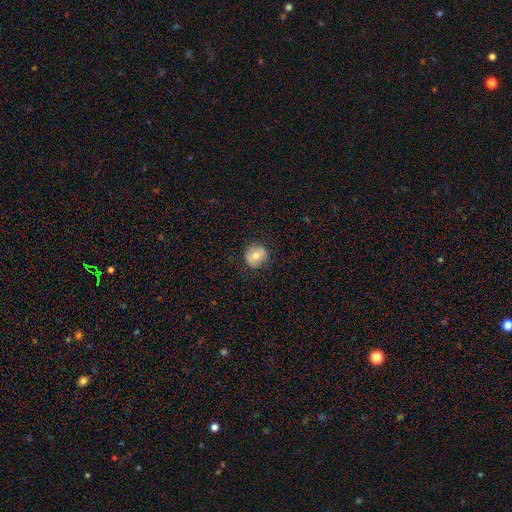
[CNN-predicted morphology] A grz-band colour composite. It shows a smooth galaxy with no disk features (67%) that is round (86%). Merging: none (84%).